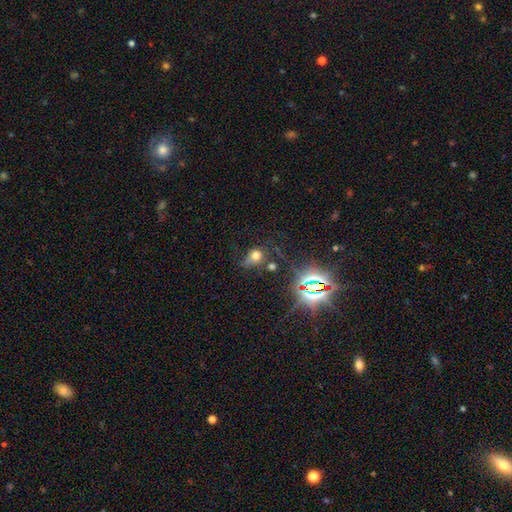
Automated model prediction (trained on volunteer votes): Overall: smooth (60%; star or artifact 26%). How rounded: round (58%; in between 40%). Merging: none (47%; minor disturbance 25%).